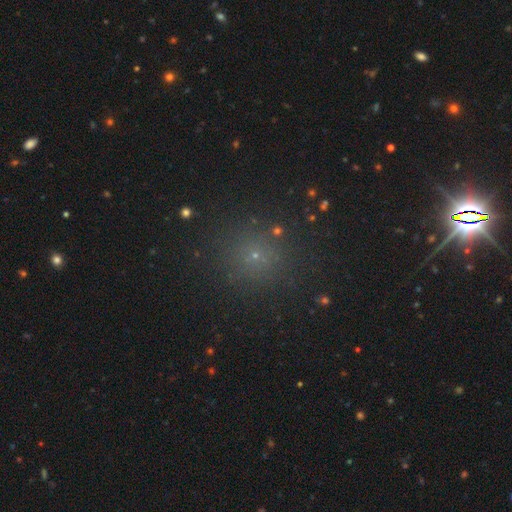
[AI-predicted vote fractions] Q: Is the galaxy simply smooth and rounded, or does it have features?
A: smooth — 59%.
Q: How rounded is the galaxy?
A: round — 91%.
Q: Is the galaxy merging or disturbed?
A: none — 87%.